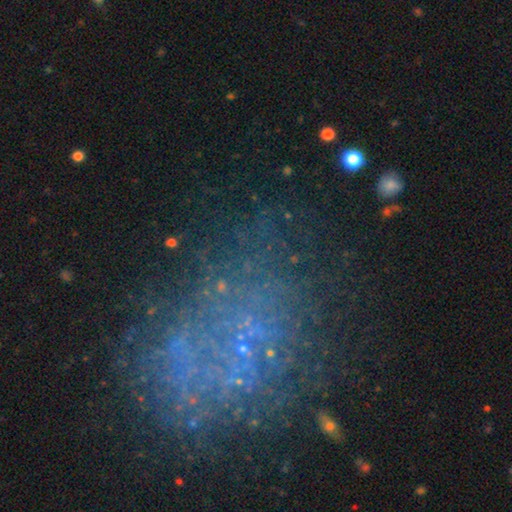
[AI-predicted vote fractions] Smooth or featured?
  - featured or disk: 40% *
  - star or artifact: 38%
  - smooth: 22%
Merging?
  - none: 60% *
  - major disturbance: 20%
  - minor disturbance: 15%
  - merger: 5%